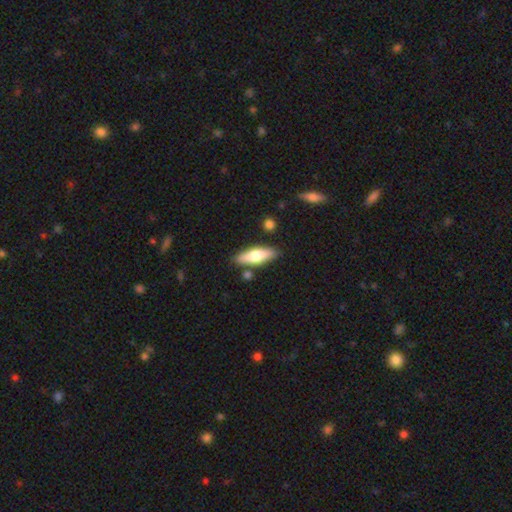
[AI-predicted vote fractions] Morphology: type=smooth (59%); roundness=cigar-shaped (50%); merging=none (83%).